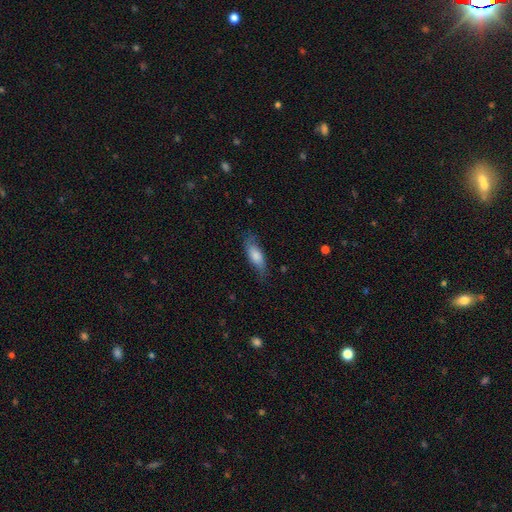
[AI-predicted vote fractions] smooth-or-featured: smooth: 75% | featured or disk: 19% | star or artifact: 7%
  how-rounded: in between: 69% | cigar-shaped: 28% | round: 2%
  merging: none: 66% | minor disturbance: 25% | major disturbance: 7% | merger: 1%